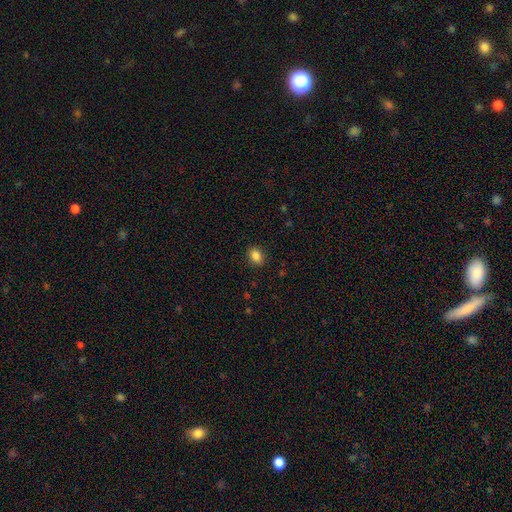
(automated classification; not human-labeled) A smooth galaxy with no disk features (86%) that is in between round and cigar-shaped (65%).

Vote fractions:
- Smooth or featured? smooth: 86% / star or artifact: 10% / featured or disk: 4%
- How rounded? in between: 65% / round: 34% / cigar-shaped: 1%
- Merging? none: 89% / minor disturbance: 8% / major disturbance: 2% / merger: 1%